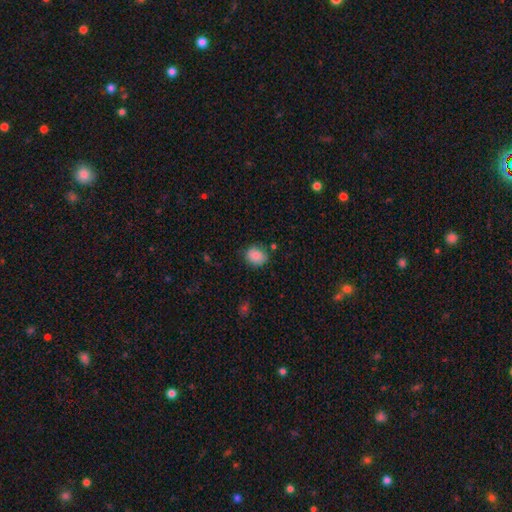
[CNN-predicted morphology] A smooth galaxy with no disk features (86%) that is round (58%). Merging: none (77%).